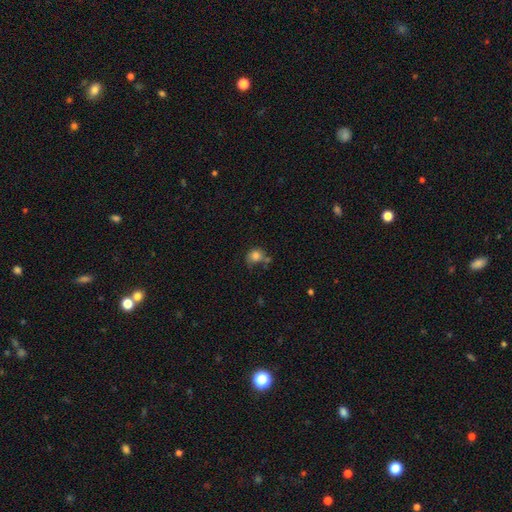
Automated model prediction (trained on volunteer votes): smooth-or-featured: smooth: 79% | star or artifact: 11% | featured or disk: 10%
  how-rounded: round: 69% | in between: 30% | cigar-shaped: 1%
  merging: none: 43% | minor disturbance: 24% | merger: 18% | major disturbance: 14%